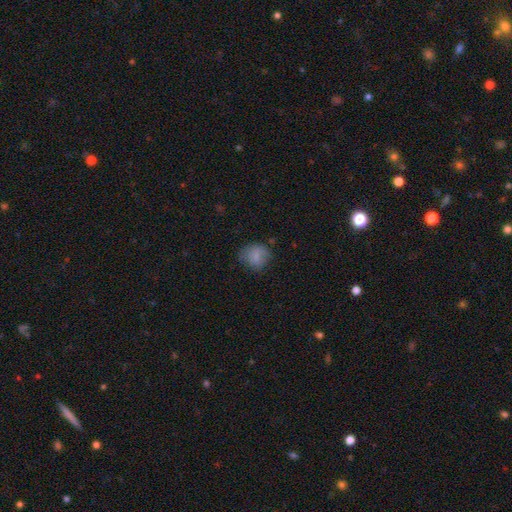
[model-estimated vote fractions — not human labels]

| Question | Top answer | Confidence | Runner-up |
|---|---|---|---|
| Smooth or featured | smooth | 79% | featured or disk (11%) |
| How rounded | round | 72% | in between (27%) |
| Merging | none | 64% | minor disturbance (25%) |